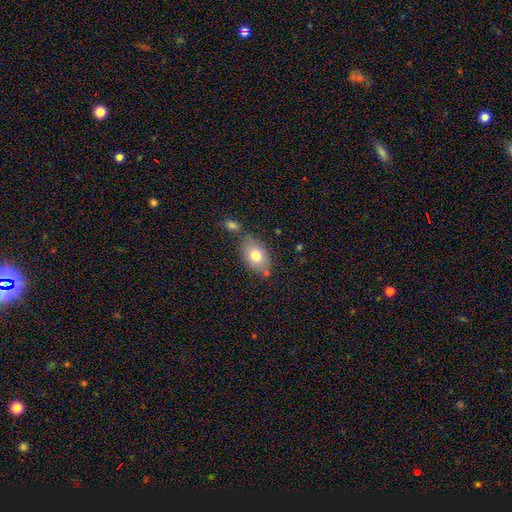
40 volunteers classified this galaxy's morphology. smooth-or-featured: smooth: 70% | featured or disk: 20% | star or artifact: 10%
  how-rounded: in between: 89% | round: 11% | cigar-shaped: 0%
  merging: none: 72% | minor disturbance: 25% | merger: 3% | major disturbance: 0%